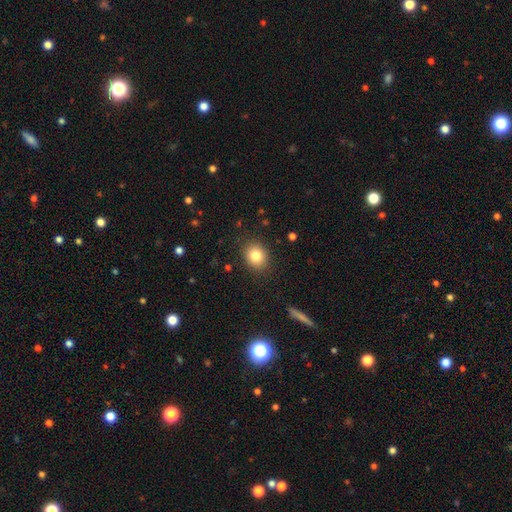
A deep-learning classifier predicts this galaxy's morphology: This is clearly a smooth galaxy (82%). How rounded: likely round (66%). Merging: clearly none (88%).